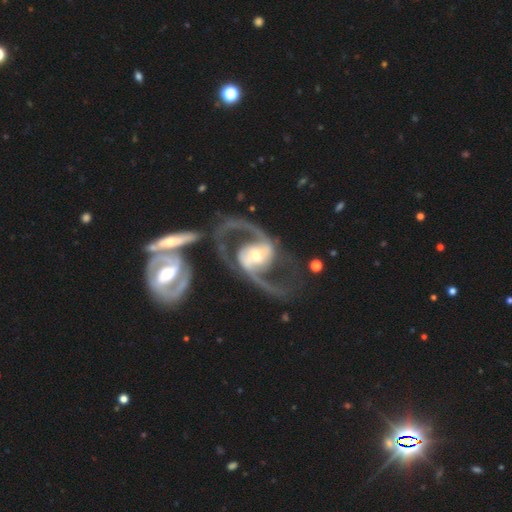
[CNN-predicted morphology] Smooth or featured: featured or disk — 91% (smooth — 5%)
Edge-on disk: no — 97% (yes — 3%)
Bar: strong — 41% (weak — 35%)
Spiral arms: yes — 93% (no — 7%)
Spiral winding: medium — 48% (loose — 40%)
Spiral arm count: 2 — 92% (1 — 3%)
Bulge size: moderate — 62% (small — 22%)
Merging: none — 62% (major disturbance — 17%)